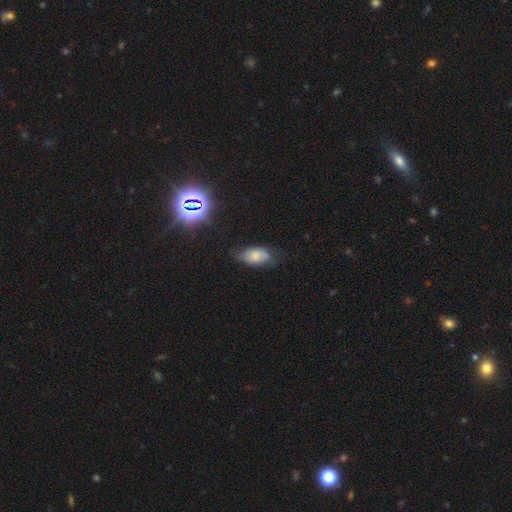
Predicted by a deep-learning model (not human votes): smooth_or_featured: smooth (p=0.65) [alt: featured or disk p=0.23]
how_rounded: in between (p=0.91) [alt: round p=0.06]
merging: none (p=0.55) [alt: minor disturbance p=0.32]